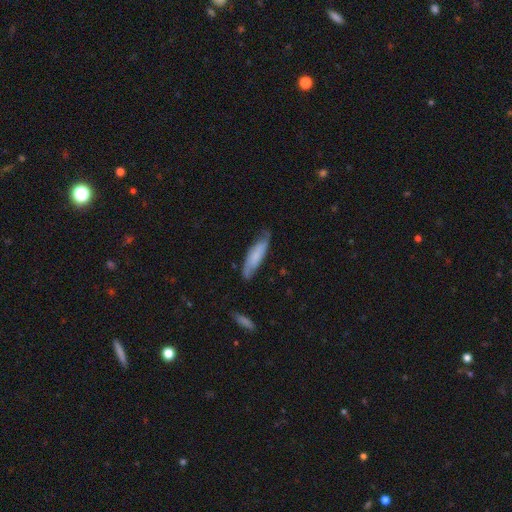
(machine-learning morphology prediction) smooth-or-featured: smooth: 57% | featured or disk: 37% | star or artifact: 6%
  how-rounded: cigar-shaped: 62% | in between: 37% | round: 2%
  merging: none: 69% | minor disturbance: 24% | major disturbance: 5% | merger: 2%